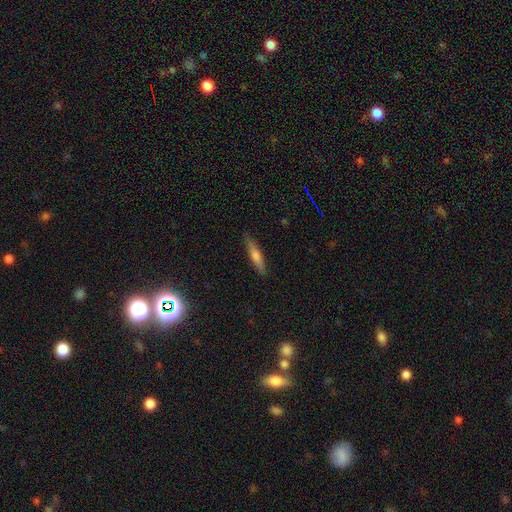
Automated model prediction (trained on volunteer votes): smooth-or-featured: smooth: 54% | featured or disk: 38% | star or artifact: 8%
  how-rounded: cigar-shaped: 87% | in between: 11% | round: 2%
  merging: none: 88% | minor disturbance: 9% | major disturbance: 2% | merger: 1%